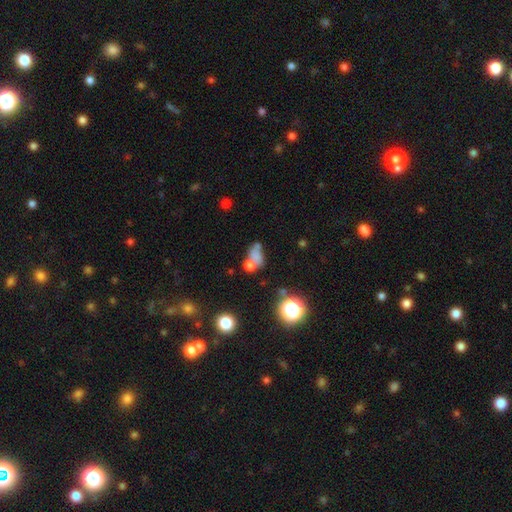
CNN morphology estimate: smooth_or_featured: smooth (p=0.63) [alt: star or artifact p=0.19]
how_rounded: in between (p=0.67) [alt: round p=0.29]
merging: merger (p=0.39) [alt: none p=0.32]